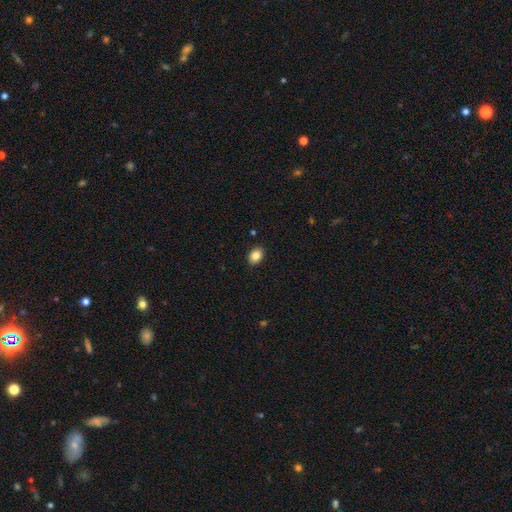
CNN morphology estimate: Smooth or featured: smooth — 85% (star or artifact — 9%)
How rounded: in between — 78% (round — 20%)
Merging: none — 89% (minor disturbance — 8%)